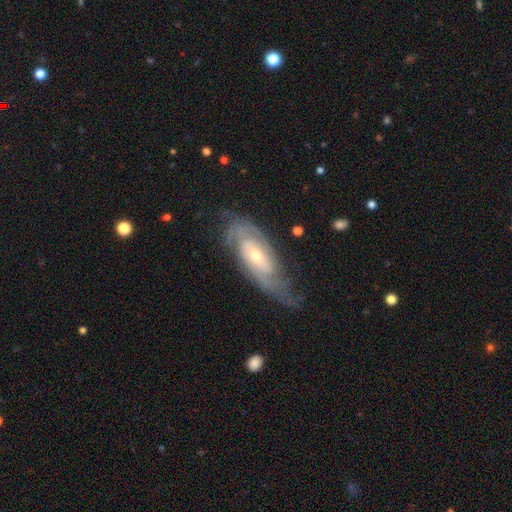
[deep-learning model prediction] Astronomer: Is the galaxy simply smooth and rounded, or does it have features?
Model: featured or disk — 85%.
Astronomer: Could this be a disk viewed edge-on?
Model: no — 91%.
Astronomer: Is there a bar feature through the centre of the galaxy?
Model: no — 61%.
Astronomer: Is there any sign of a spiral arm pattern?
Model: yes — 95%.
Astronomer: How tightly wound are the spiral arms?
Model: tight — 59%.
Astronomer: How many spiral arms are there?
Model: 2 — 46% (runner-up: can't tell, 28%).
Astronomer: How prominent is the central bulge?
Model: small — 55% (runner-up: moderate, 41%).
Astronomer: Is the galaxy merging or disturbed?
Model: none — 67%.